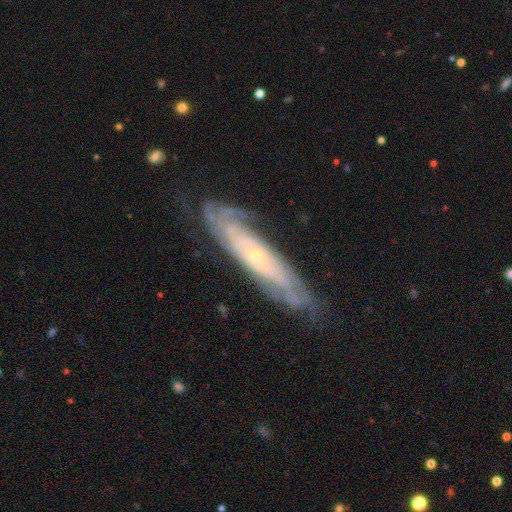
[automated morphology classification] The model was most divided on "spiral arm count": can't tell: 53%, 2: 16%, 3: 10%, 4: 10%, more than 4: 7%, 1: 4%. More confident: spiral arms — yes (94%); smooth or featured — featured or disk (83%); bulge size — small (80%); bar — no (74%); merging — none (74%); edge-on disk — no (74%); spiral winding — tight (74%).